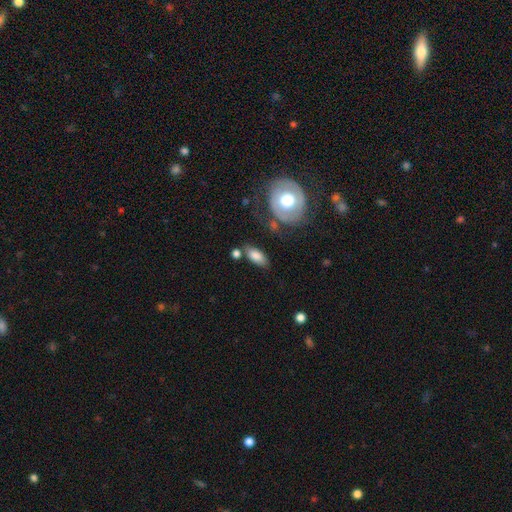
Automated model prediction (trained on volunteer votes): This is likely a smooth galaxy (78%). How rounded: clearly in between (87%). Merging: likely none (69%).